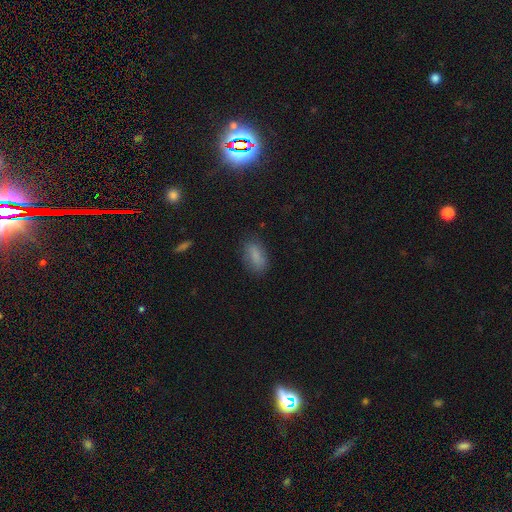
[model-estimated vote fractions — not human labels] Overall: smooth (82%). How rounded: in between (86%). Merging: none (77%).